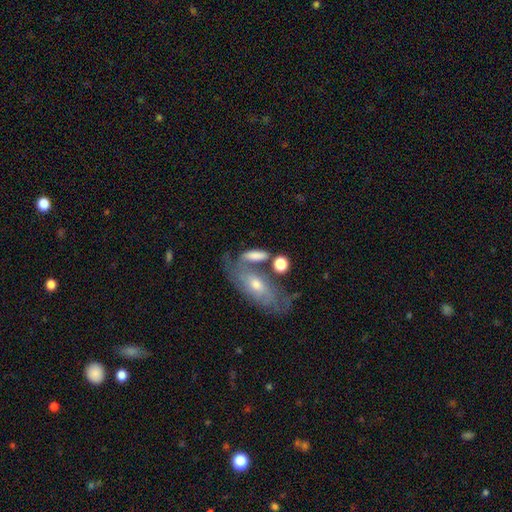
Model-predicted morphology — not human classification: This appears to be a smooth galaxy with no disk features (65%) that is in between round and cigar-shaped (65%). Merging: none (39%).